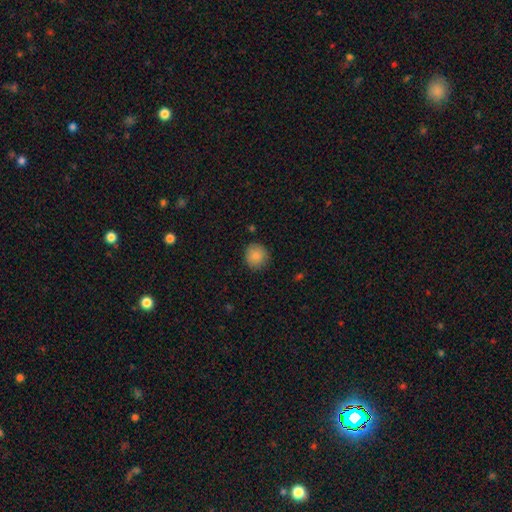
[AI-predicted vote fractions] The model was most divided on "merging": none: 87%, minor disturbance: 10%, major disturbance: 2%, merger: 1%. More confident: how rounded — round (90%); smooth or featured — smooth (86%).